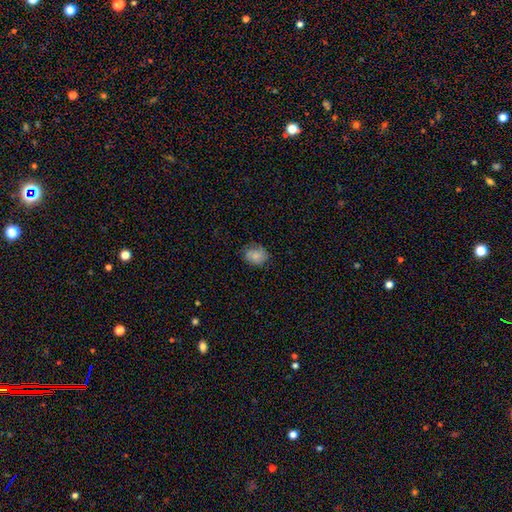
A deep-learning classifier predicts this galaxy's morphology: Smooth or featured? Predicted: smooth (p=0.78). How rounded? Predicted: in between (p=0.55). Merging? Predicted: none (p=0.69).